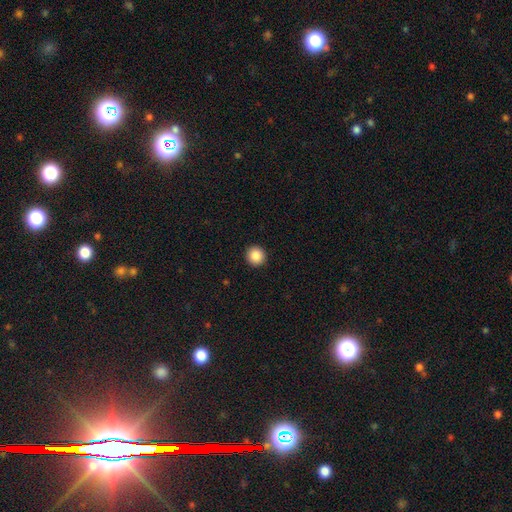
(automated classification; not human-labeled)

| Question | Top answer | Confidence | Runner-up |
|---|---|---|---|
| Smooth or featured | smooth | 87% | star or artifact (9%) |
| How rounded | round | 95% | in between (4%) |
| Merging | none | 94% | minor disturbance (4%) |